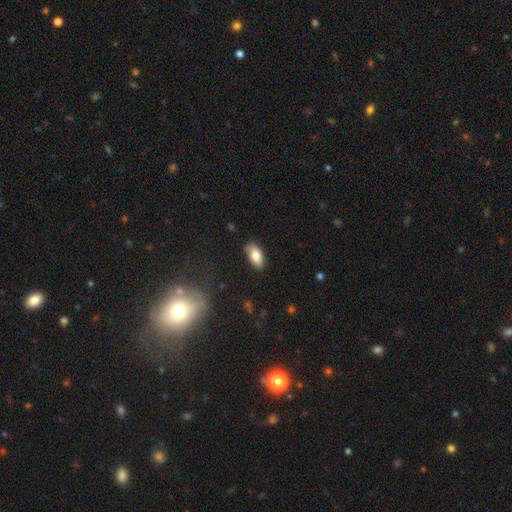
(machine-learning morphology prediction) A smooth galaxy with no disk features (84%) that is in between round and cigar-shaped (91%). Merging: none (80%).